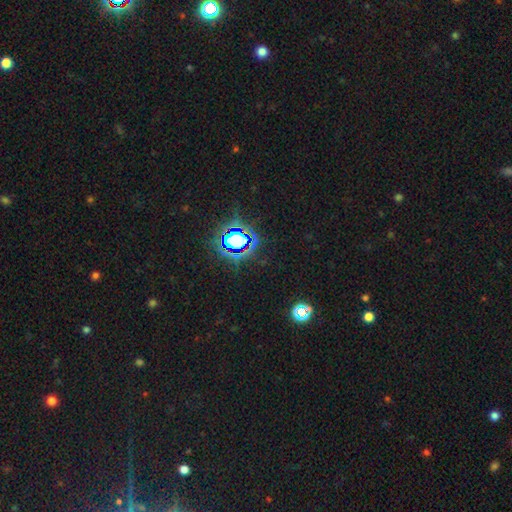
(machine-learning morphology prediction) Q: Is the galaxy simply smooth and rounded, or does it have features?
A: star or artifact — 81%.